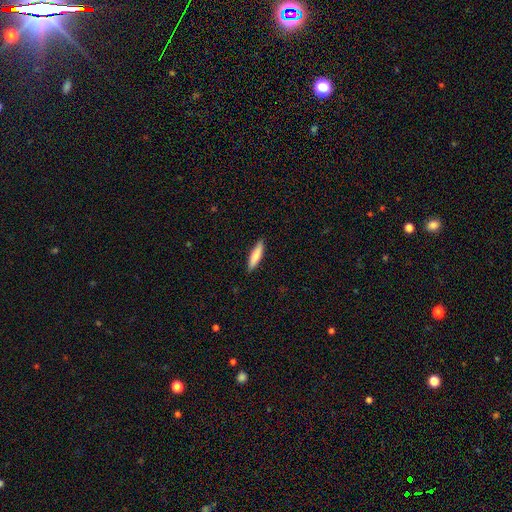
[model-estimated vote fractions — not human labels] This is clearly a smooth galaxy (81%). How rounded: likely cigar-shaped (75%). Merging: clearly none (89%).